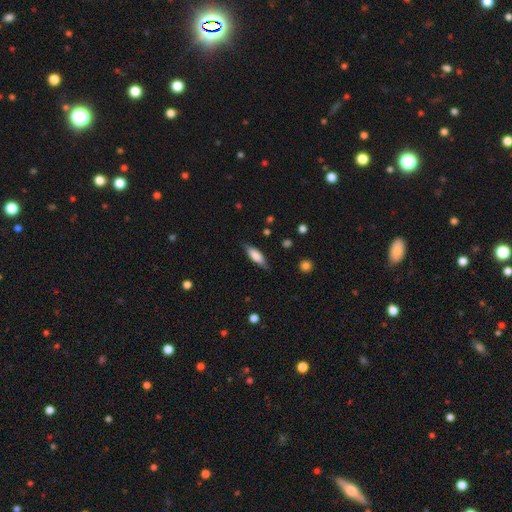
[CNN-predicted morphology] smooth-or-featured: smooth: 74% | featured or disk: 20% | star or artifact: 6%
  how-rounded: in between: 57% | cigar-shaped: 41% | round: 2%
  merging: none: 81% | minor disturbance: 15% | major disturbance: 3% | merger: 1%